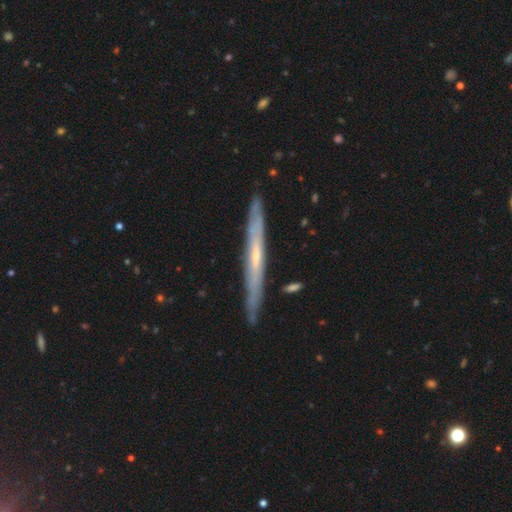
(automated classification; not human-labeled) Smooth or featured?
  - featured or disk: 68% *
  - smooth: 25%
  - star or artifact: 6%
Edge-on disk?
  - yes: 92% *
  - no: 8%
Edge-on bulge?
  - none: 58% *
  - rounded: 38%
  - boxy: 4%
Merging?
  - none: 87% *
  - minor disturbance: 10%
  - major disturbance: 1%
  - merger: 1%